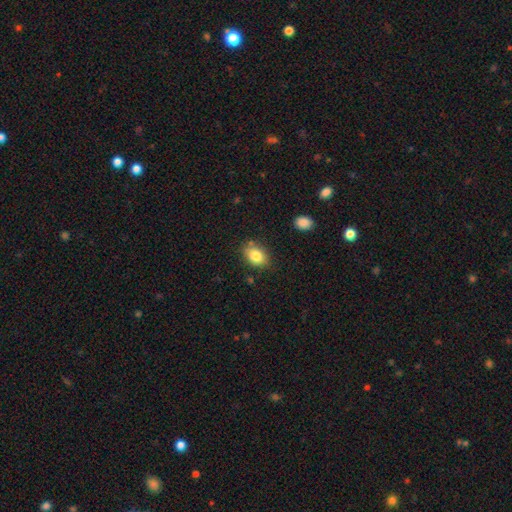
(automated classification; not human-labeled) smooth 83%, star or artifact 9%, featured or disk 8%. Down the decision tree: how rounded — in between (74%); merging — none (77%).